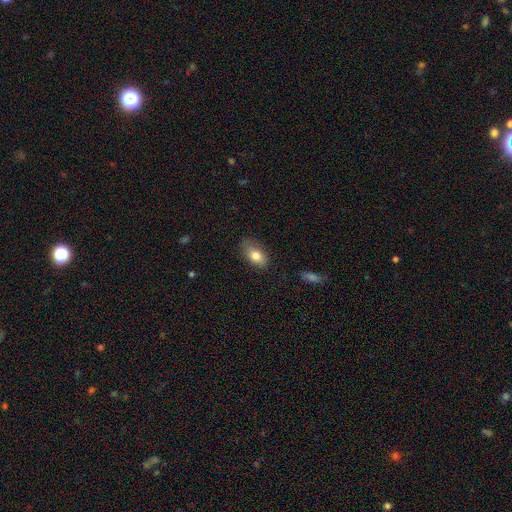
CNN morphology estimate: Smooth or featured: smooth — 80% (featured or disk — 12%)
How rounded: in between — 90% (round — 7%)
Merging: none — 69% (minor disturbance — 23%)